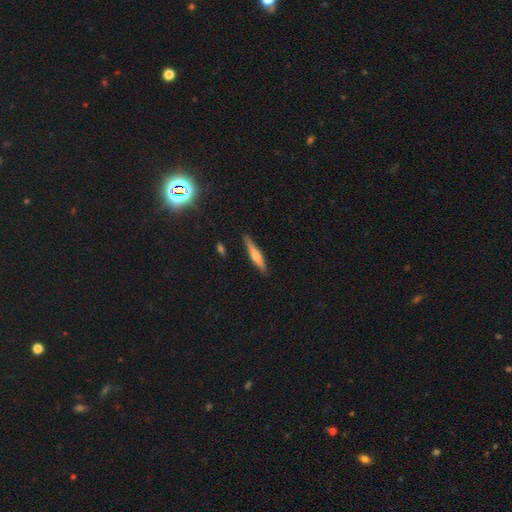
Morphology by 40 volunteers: Q: Smooth or featured?
A: smooth (48%); runner-up: featured or disk (45%)
Q: How rounded?
A: cigar-shaped (100%)
Q: Merging?
A: none (70%); runner-up: minor disturbance (16%)